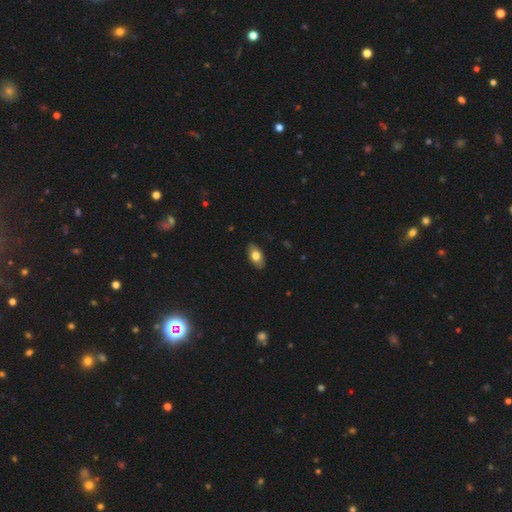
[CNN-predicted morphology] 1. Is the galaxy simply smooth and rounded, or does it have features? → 73% smooth, 21% featured or disk, 6% star or artifact.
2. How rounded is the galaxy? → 93% in between, 4% round, 3% cigar-shaped.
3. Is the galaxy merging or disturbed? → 87% none, 11% minor disturbance, 2% major disturbance, 1% merger.